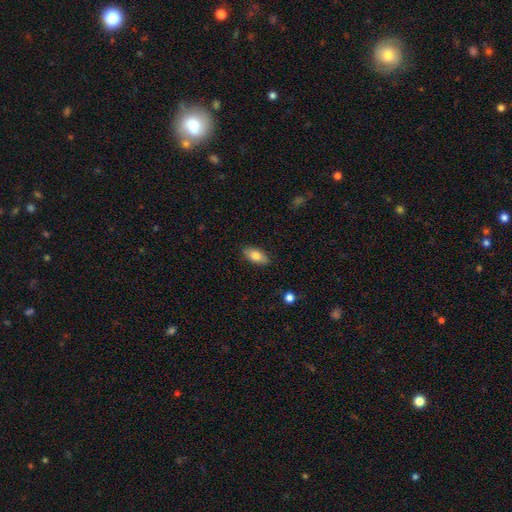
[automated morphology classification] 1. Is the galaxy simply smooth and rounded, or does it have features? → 79% smooth, 14% featured or disk, 7% star or artifact.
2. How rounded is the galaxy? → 90% in between, 8% cigar-shaped, 3% round.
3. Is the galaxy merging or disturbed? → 88% none, 9% minor disturbance, 2% major disturbance, 1% merger.